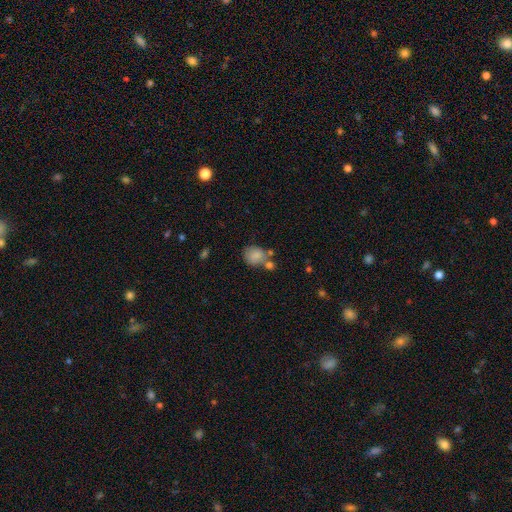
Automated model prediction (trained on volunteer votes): Morphology: type=smooth (79%); roundness=round (59%); merging=none (46%).